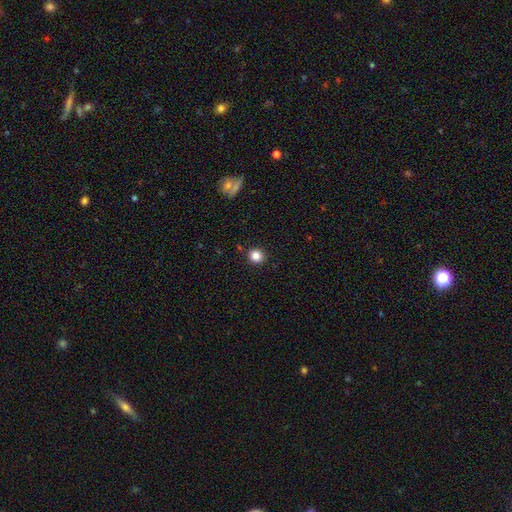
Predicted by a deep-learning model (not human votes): This appears to be a smooth galaxy with no disk features (84%) that is round (90%). Merging: none (91%).